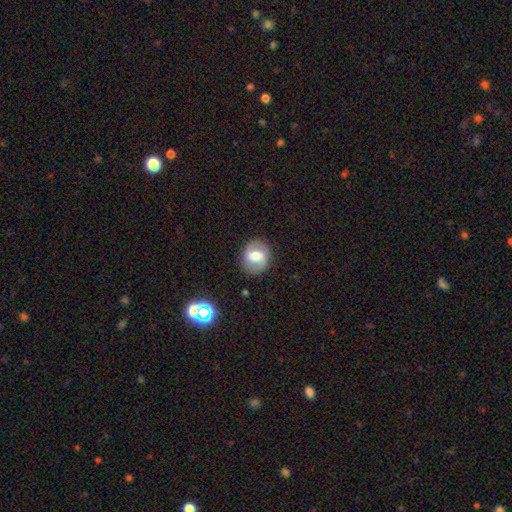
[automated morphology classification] Smooth or featured?
  - featured or disk: 56% *
  - smooth: 36%
  - star or artifact: 8%
Edge-on disk?
  - no: 96% *
  - yes: 4%
Bar?
  - weak: 44% *
  - strong: 36%
  - no: 20%
Spiral arms?
  - yes: 69% *
  - no: 31%
Bulge size?
  - moderate: 62% *
  - large: 20%
  - small: 14%
  - dominant: 2%
  - none: 2%
Merging?
  - none: 84% *
  - minor disturbance: 11%
  - major disturbance: 4%
  - merger: 1%